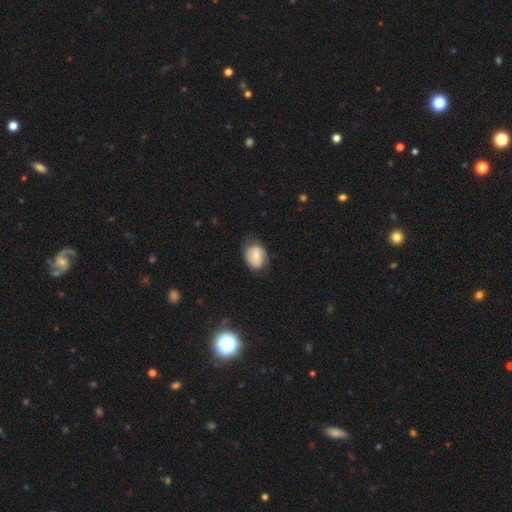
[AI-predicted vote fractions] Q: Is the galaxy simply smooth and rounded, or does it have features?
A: smooth — 58%.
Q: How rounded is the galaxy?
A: in between — 58%.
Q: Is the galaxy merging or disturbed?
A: none — 65%.